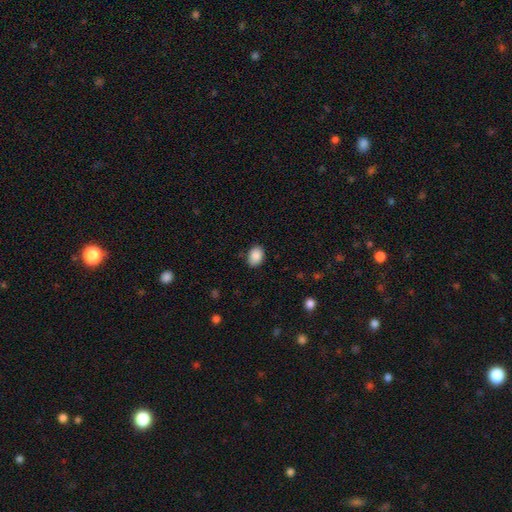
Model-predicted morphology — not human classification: Smooth or featured?
  - smooth: 89% *
  - star or artifact: 8%
  - featured or disk: 3%
How rounded?
  - in between: 74% *
  - round: 25%
  - cigar-shaped: 1%
Merging?
  - none: 82% *
  - minor disturbance: 14%
  - major disturbance: 3%
  - merger: 1%